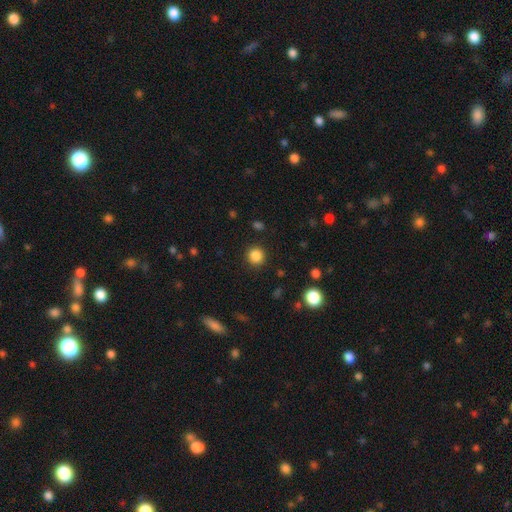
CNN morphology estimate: Smooth or featured: smooth — 85% (star or artifact — 11%)
How rounded: round — 93% (in between — 6%)
Merging: none — 91% (minor disturbance — 5%)